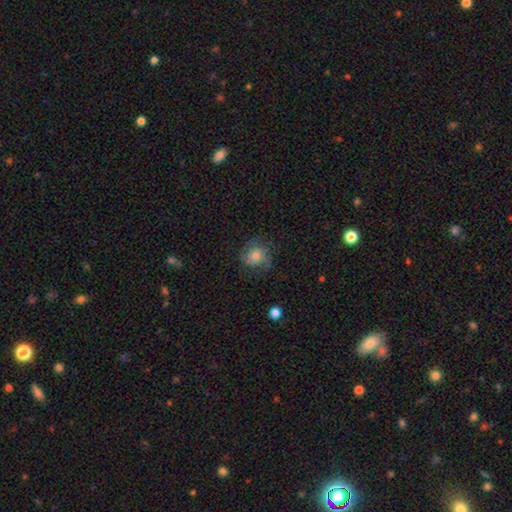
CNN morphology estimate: type=smooth (56%); roundness=round (78%); merging=none (66%).